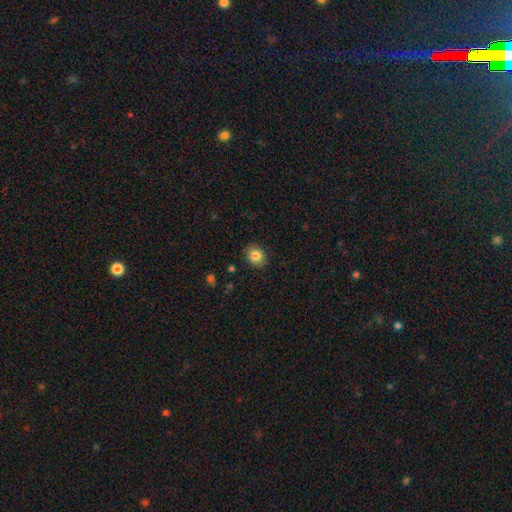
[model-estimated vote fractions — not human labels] Smooth or featured? smooth (85%)
How rounded? round (60%)
Merging? none (87%)